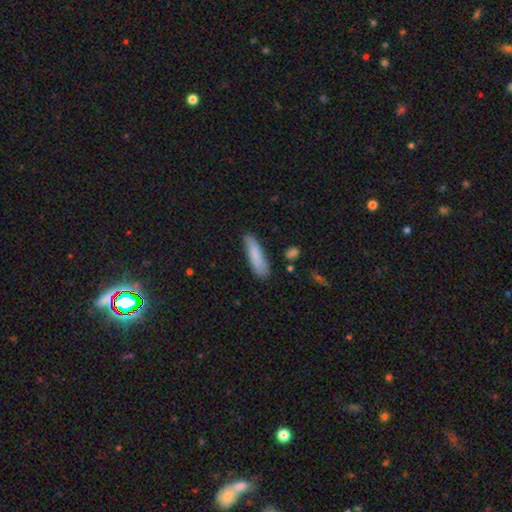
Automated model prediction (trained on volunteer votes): Q: Smooth or featured?
A: smooth (83%); runner-up: featured or disk (11%)
Q: How rounded?
A: cigar-shaped (74%); runner-up: in between (24%)
Q: Merging?
A: none (79%); runner-up: minor disturbance (16%)